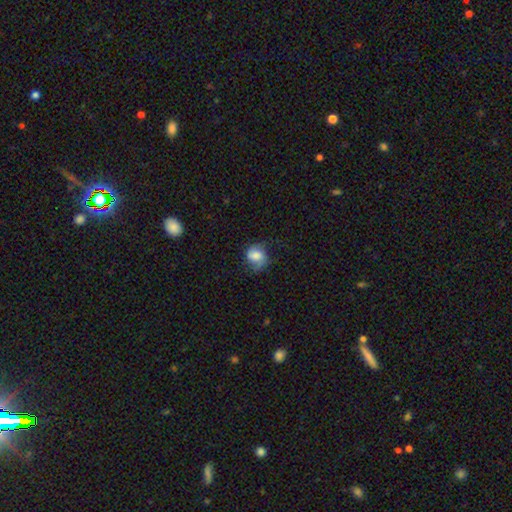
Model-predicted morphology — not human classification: smooth 61%, featured or disk 30%, star or artifact 8%. Down the decision tree: how rounded — round (60%); merging — none (56%).